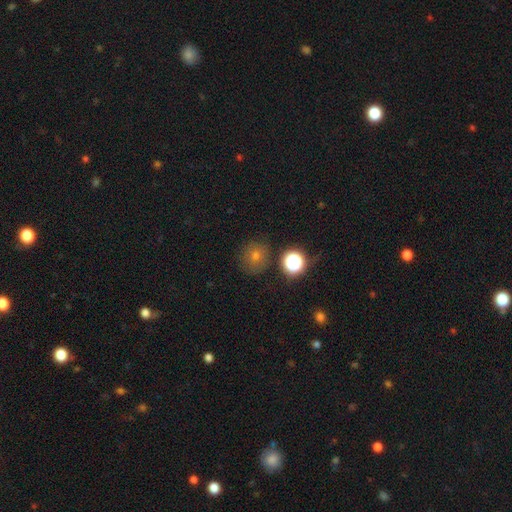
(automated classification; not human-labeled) Smooth or featured?
  - smooth: 63% *
  - star or artifact: 26%
  - featured or disk: 11%
How rounded?
  - round: 89% *
  - in between: 10%
  - cigar-shaped: 1%
Merging?
  - none: 82% *
  - minor disturbance: 11%
  - major disturbance: 4%
  - merger: 4%